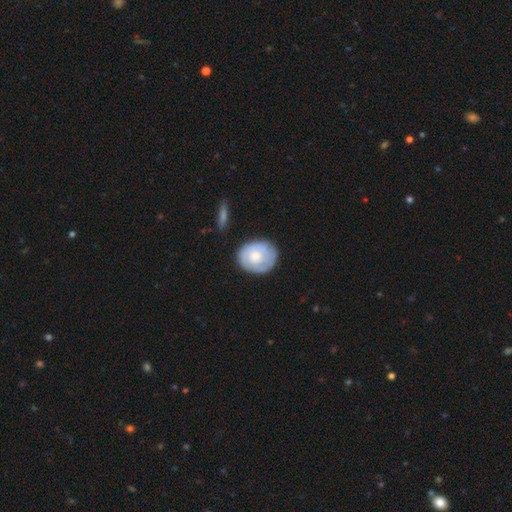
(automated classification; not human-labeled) smooth 49%, featured or disk 45%, star or artifact 5%. Down the decision tree: merging — none (72%).